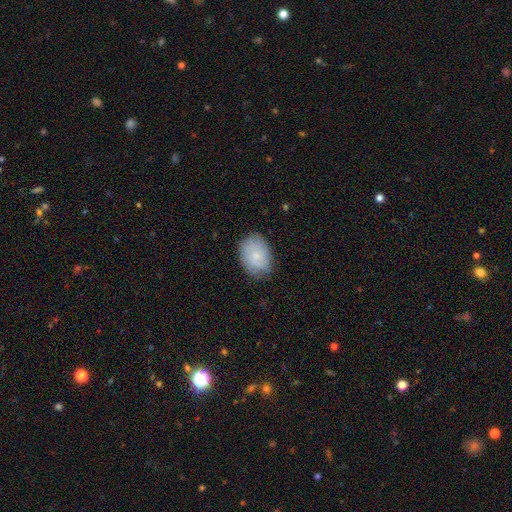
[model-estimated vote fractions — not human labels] Smooth or featured?
  - smooth: 63% *
  - featured or disk: 30%
  - star or artifact: 8%
How rounded?
  - in between: 74% *
  - round: 25%
  - cigar-shaped: 1%
Merging?
  - none: 73% *
  - minor disturbance: 21%
  - major disturbance: 5%
  - merger: 1%